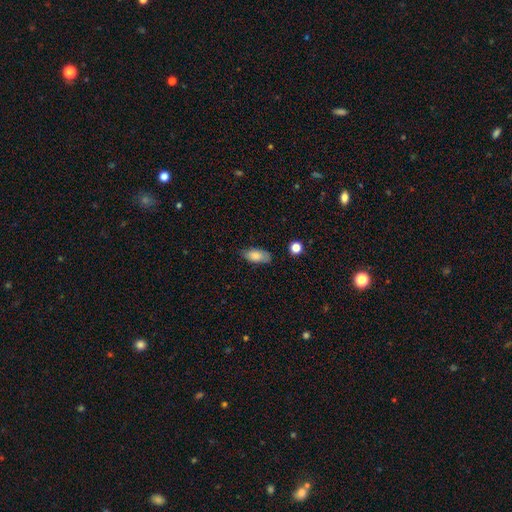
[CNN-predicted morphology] Smooth or featured? smooth (81%)
How rounded? in between (88%)
Merging? none (73%)